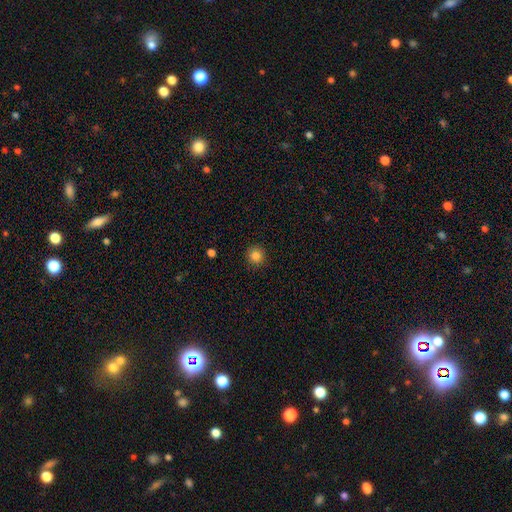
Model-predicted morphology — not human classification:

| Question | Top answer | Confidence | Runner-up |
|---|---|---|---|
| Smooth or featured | smooth | 84% | star or artifact (11%) |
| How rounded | round | 93% | in between (6%) |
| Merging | none | 91% | minor disturbance (6%) |